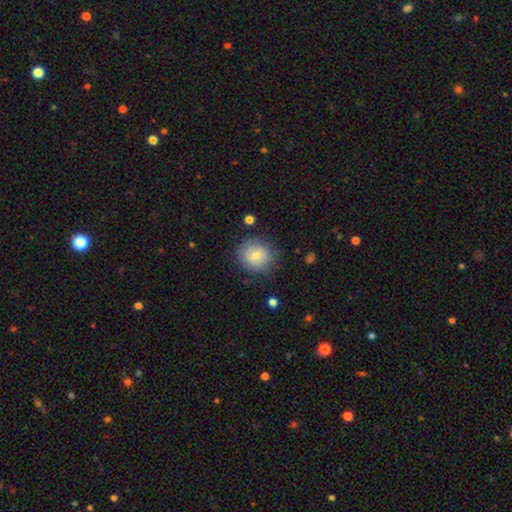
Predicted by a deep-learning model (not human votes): smooth-or-featured: smooth: 68% | featured or disk: 24% | star or artifact: 9%
  how-rounded: round: 85% | in between: 14% | cigar-shaped: 1%
  merging: none: 78% | minor disturbance: 15% | major disturbance: 6% | merger: 2%